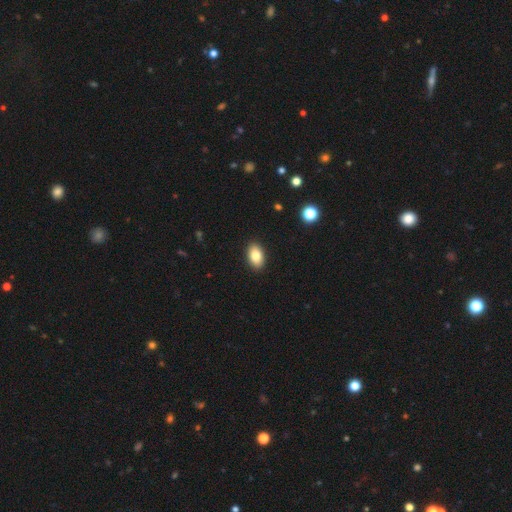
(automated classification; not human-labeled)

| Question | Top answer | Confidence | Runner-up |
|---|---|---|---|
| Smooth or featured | smooth | 82% | featured or disk (10%) |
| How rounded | in between | 91% | round (7%) |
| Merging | none | 90% | minor disturbance (7%) |